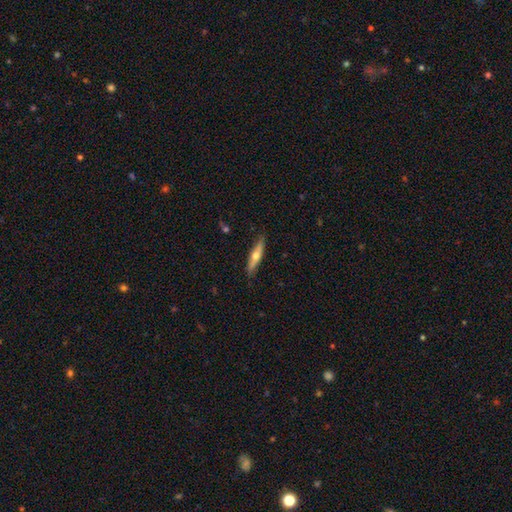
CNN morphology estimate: A featured or disk galaxy (47%, tied with smooth). Merging: none (86%).